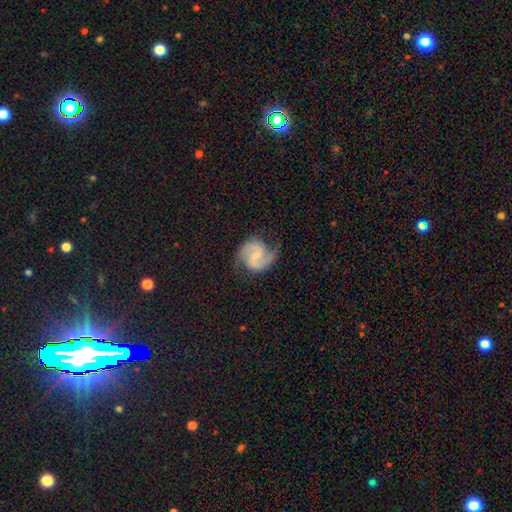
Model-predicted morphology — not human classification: smooth_or_featured: featured or disk (p=0.87) [alt: smooth p=0.09]
disk_edge_on: no (p=0.98) [alt: yes p=0.02]
bar: weak (p=0.53) [alt: no p=0.35]
has_spiral_arms: yes (p=0.97) [alt: no p=0.03]
spiral_winding: medium (p=0.57) [alt: tight p=0.25]
spiral_arm_count: 2 (p=0.92) [alt: can't tell p=0.03]
bulge_size: small (p=0.62) [alt: moderate p=0.27]
merging: none (p=0.76) [alt: minor disturbance p=0.17]